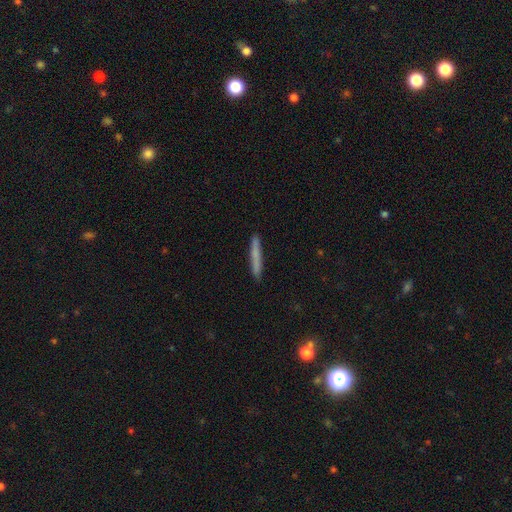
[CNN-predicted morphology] A smooth galaxy with no disk features (71%) that is cigar-shaped (96%).

Vote fractions:
- Smooth or featured? smooth: 71% / featured or disk: 23% / star or artifact: 7%
- How rounded? cigar-shaped: 96% / in between: 3% / round: 1%
- Merging? none: 90% / minor disturbance: 7% / major disturbance: 1% / merger: 1%